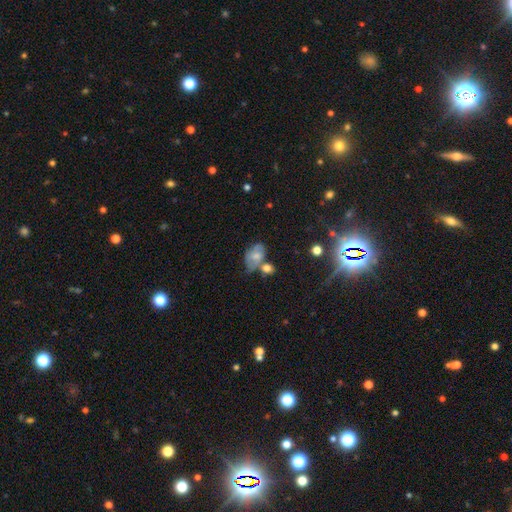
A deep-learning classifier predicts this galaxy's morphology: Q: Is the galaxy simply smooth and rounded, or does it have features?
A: smooth — 59%.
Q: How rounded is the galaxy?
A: in between — 85%.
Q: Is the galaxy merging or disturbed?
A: merger — 33%.